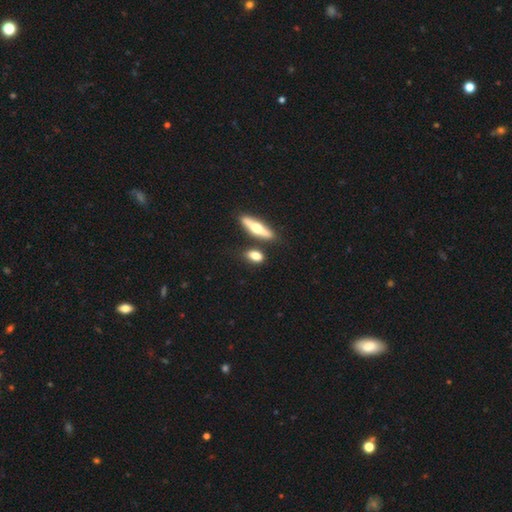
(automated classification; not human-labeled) smooth_or_featured: smooth (p=0.67) [alt: featured or disk p=0.27]
how_rounded: in between (p=0.59) [alt: cigar-shaped p=0.26]
merging: none (p=0.75) [alt: merger p=0.11]